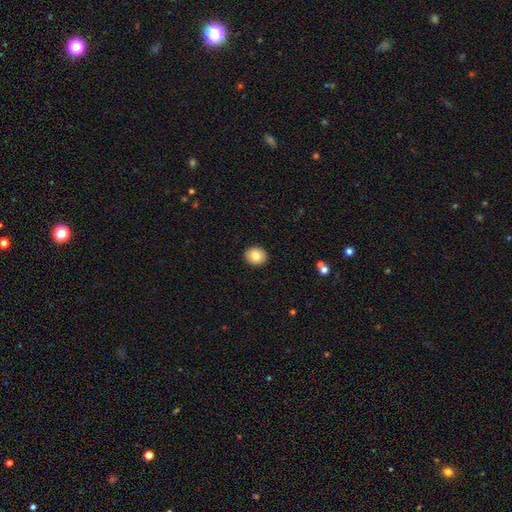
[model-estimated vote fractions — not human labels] A smooth galaxy with no disk features (84%) that is round (73%).

Vote fractions:
- Smooth or featured? smooth: 84% / star or artifact: 8% / featured or disk: 8%
- How rounded? round: 73% / in between: 26% / cigar-shaped: 1%
- Merging? none: 92% / minor disturbance: 5% / major disturbance: 1% / merger: 1%